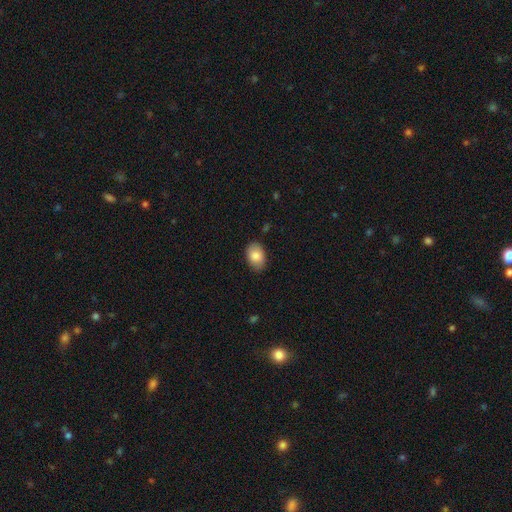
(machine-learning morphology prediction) Overall: smooth (85%). How rounded: in between (86%). Merging: none (85%).